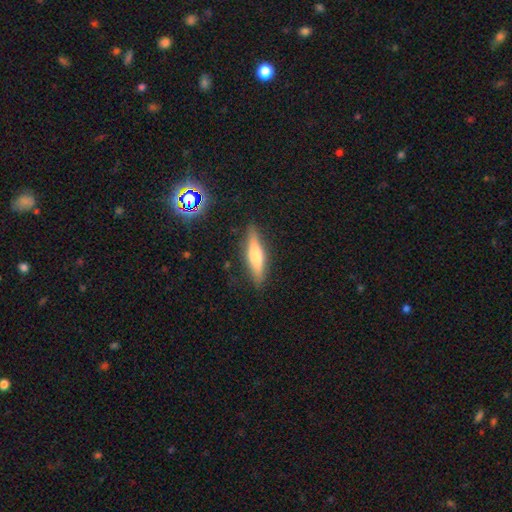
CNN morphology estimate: Q: Smooth or featured?
A: smooth (59%); runner-up: featured or disk (34%)
Q: How rounded?
A: cigar-shaped (73%); runner-up: in between (25%)
Q: Merging?
A: none (85%); runner-up: minor disturbance (11%)